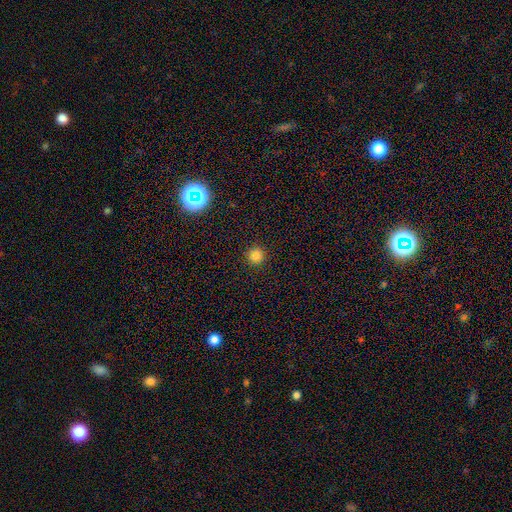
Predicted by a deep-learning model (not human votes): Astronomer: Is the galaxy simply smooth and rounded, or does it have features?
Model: smooth — 82%.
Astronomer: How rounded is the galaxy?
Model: round — 96%.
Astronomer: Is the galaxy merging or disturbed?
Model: none — 93%.